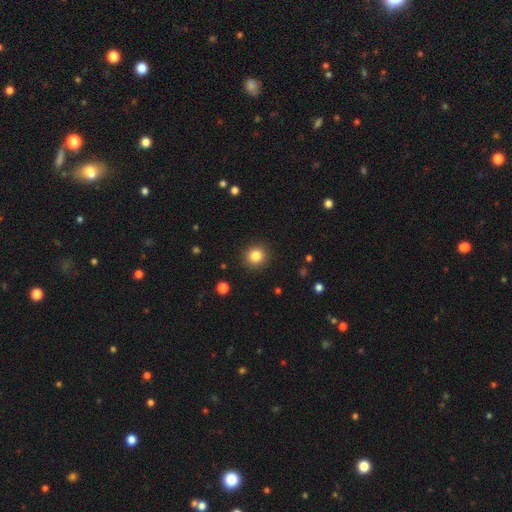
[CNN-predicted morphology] This appears to be a smooth galaxy with no disk features (83%) that is round (92%). Merging: none (91%).